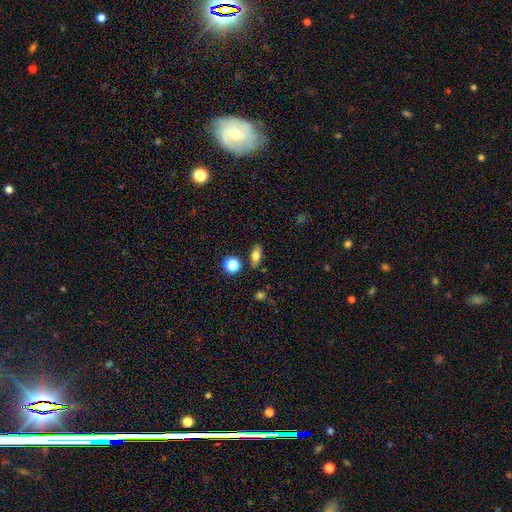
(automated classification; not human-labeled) Smooth or featured: smooth — 76% (featured or disk — 13%)
How rounded: in between — 78% (round — 11%)
Merging: none — 83% (minor disturbance — 11%)